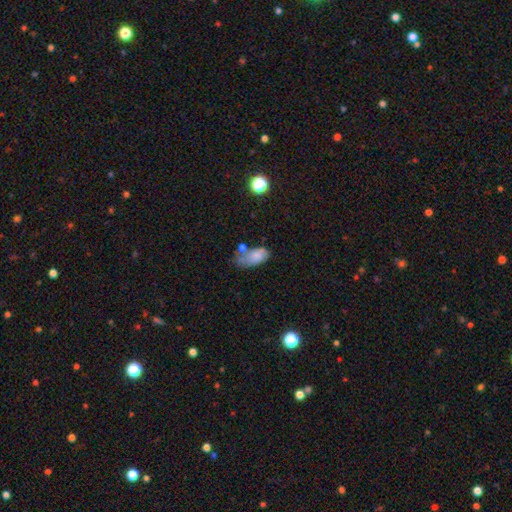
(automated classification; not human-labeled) smooth_or_featured: smooth (p=0.72) [alt: featured or disk p=0.18]
how_rounded: in between (p=0.91) [alt: round p=0.05]
merging: none (p=0.32) [alt: minor disturbance p=0.29]